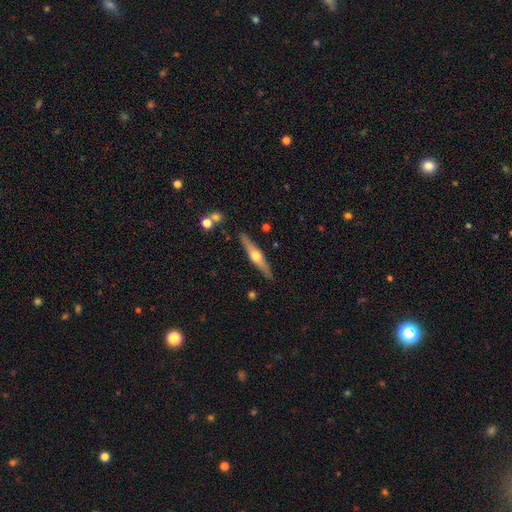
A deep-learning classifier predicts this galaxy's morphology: Smooth or featured? featured or disk (68%)
Edge-on disk? yes (97%)
Edge-on bulge? rounded (94%)
Merging? none (89%)